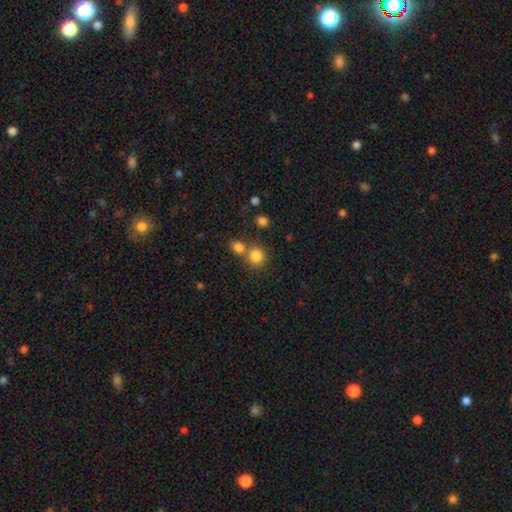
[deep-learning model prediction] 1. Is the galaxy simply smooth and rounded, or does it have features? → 83% smooth, 11% star or artifact, 6% featured or disk.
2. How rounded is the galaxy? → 85% round, 14% in between, 1% cigar-shaped.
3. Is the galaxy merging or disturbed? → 56% none, 32% merger, 8% minor disturbance, 3% major disturbance.